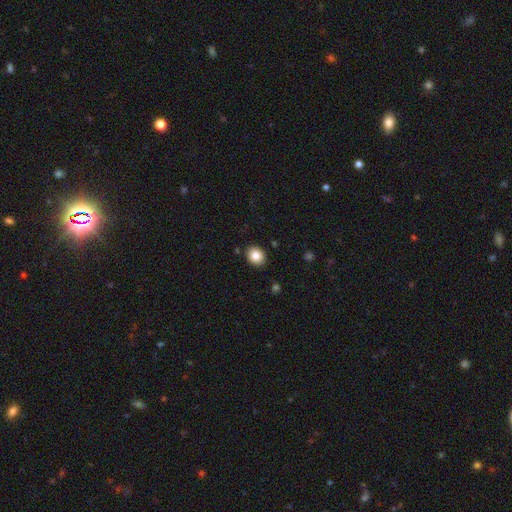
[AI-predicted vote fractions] The model was most divided on "how rounded": round: 65%, in between: 34%, cigar-shaped: 1%. More confident: merging — none (90%); smooth or featured — smooth (85%).